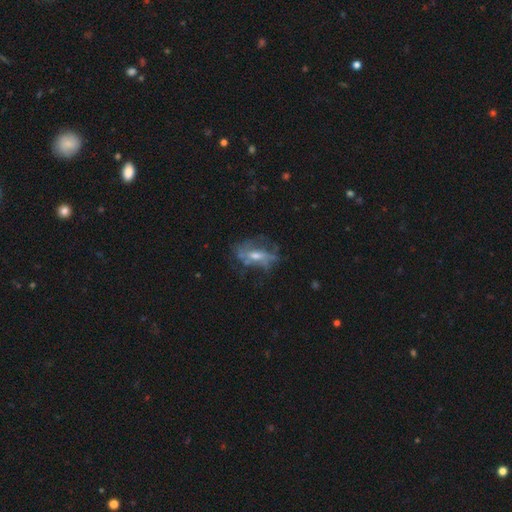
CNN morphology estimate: This is likely a featured or disk galaxy (64%). It is clearly not viewed edge-on (89%). Bar: possibly no (47%). Spiral arm pattern: possibly no (53%). Central bulge: possibly moderate (54%). Merging: possibly none (48%).